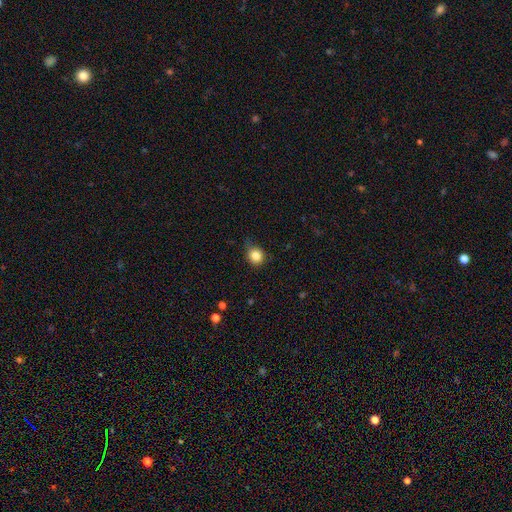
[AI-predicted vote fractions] Morphology: type=smooth (83%); roundness=round (78%); merging=none (65%).